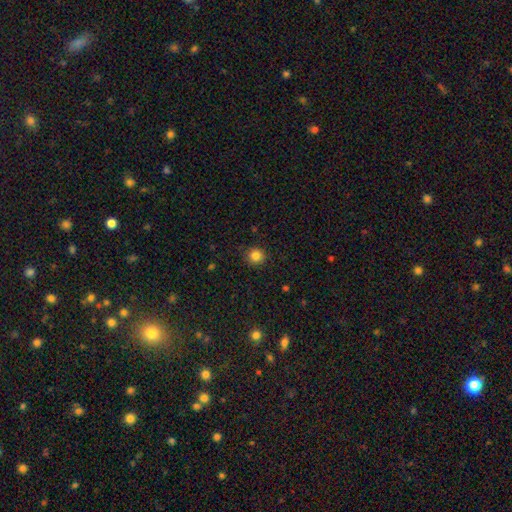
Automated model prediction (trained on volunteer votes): Overall: smooth (84%). How rounded: round (91%). Merging: none (90%).